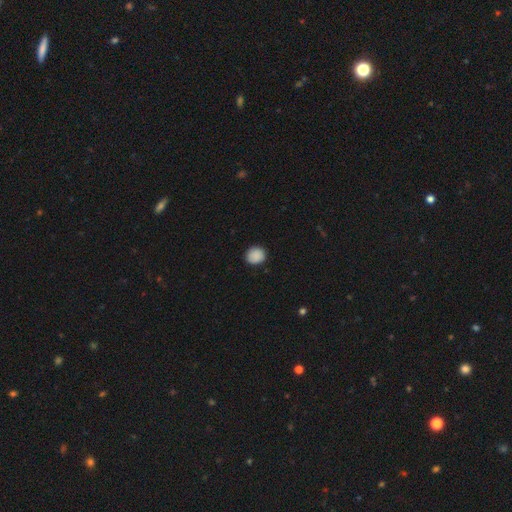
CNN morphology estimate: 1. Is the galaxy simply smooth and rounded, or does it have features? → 89% smooth, 8% star or artifact, 3% featured or disk.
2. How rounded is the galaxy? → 85% round, 14% in between, 1% cigar-shaped.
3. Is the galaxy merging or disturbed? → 88% none, 9% minor disturbance, 2% major disturbance, 1% merger.